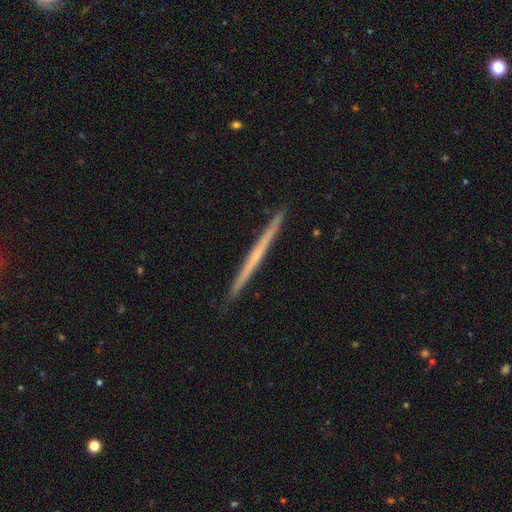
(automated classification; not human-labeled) smooth_or_featured: featured or disk (p=0.61) [alt: smooth p=0.33]
disk_edge_on: yes (p=0.98) [alt: no p=0.02]
edge_on_bulge: none (p=0.82) [alt: rounded p=0.15]
merging: none (p=0.93) [alt: minor disturbance p=0.05]